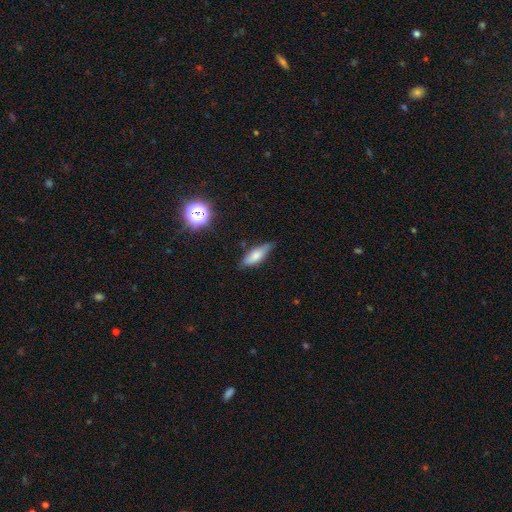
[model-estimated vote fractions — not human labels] This appears to be a smooth galaxy with no disk features (67%) that is in between round and cigar-shaped (54%). Merging: none (76%).